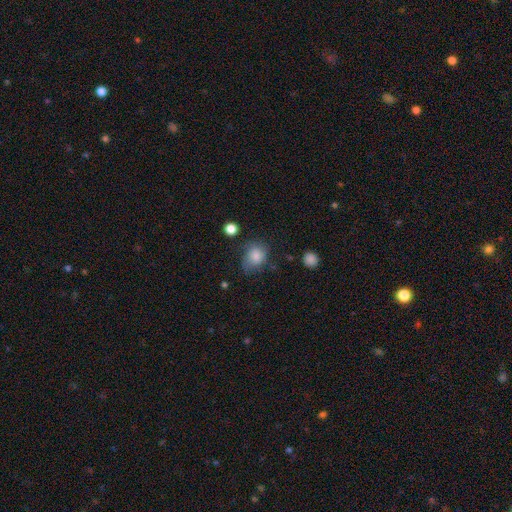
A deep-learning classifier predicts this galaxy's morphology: smooth_or_featured: smooth (p=0.79) [alt: featured or disk p=0.11]
how_rounded: in between (p=0.51) [alt: round p=0.48]
merging: none (p=0.54) [alt: minor disturbance p=0.32]